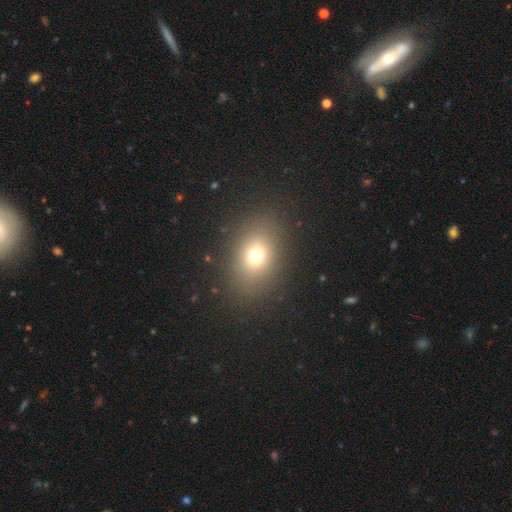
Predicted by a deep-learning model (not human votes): The model was most divided on "how rounded": in between: 59%, round: 39%, cigar-shaped: 1%. More confident: merging — none (83%); smooth or featured — smooth (69%).